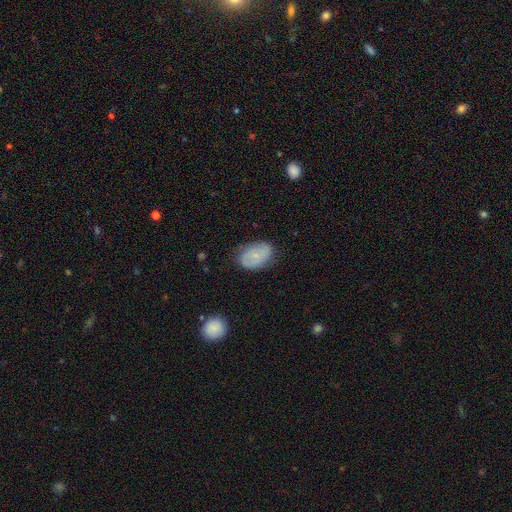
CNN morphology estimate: Smooth or featured? Predicted: smooth (p=0.61). How rounded? Predicted: in between (p=0.88). Merging? Predicted: none (p=0.75).